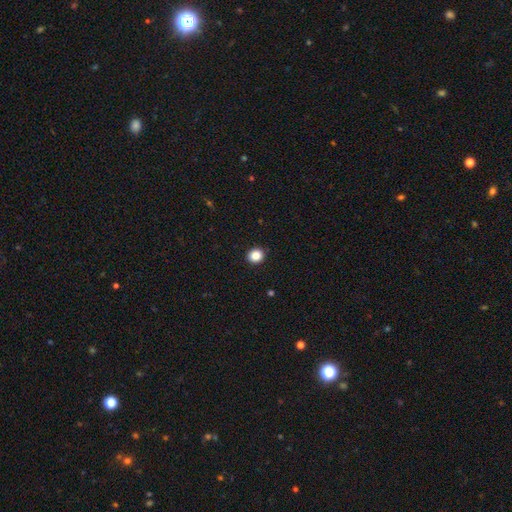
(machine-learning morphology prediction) Smooth or featured? Predicted: smooth (p=0.86). How rounded? Predicted: round (p=0.85). Merging? Predicted: none (p=0.93).